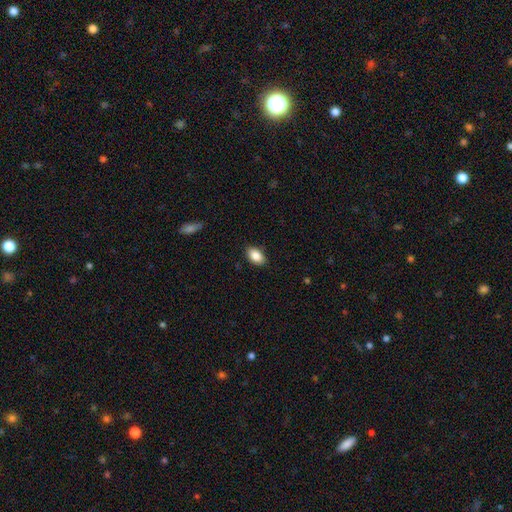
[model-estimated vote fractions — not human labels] Smooth or featured? Predicted: smooth (p=0.87). How rounded? Predicted: in between (p=0.91). Merging? Predicted: none (p=0.88).